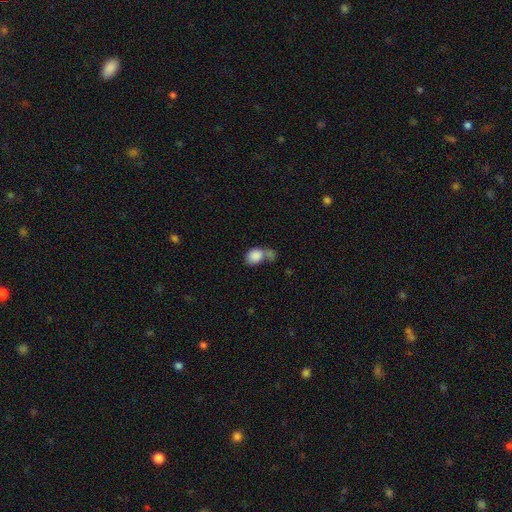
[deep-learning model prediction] Q: Smooth or featured?
A: smooth (85%); runner-up: star or artifact (8%)
Q: How rounded?
A: in between (51%); runner-up: round (48%)
Q: Merging?
A: merger (44%); runner-up: none (30%)